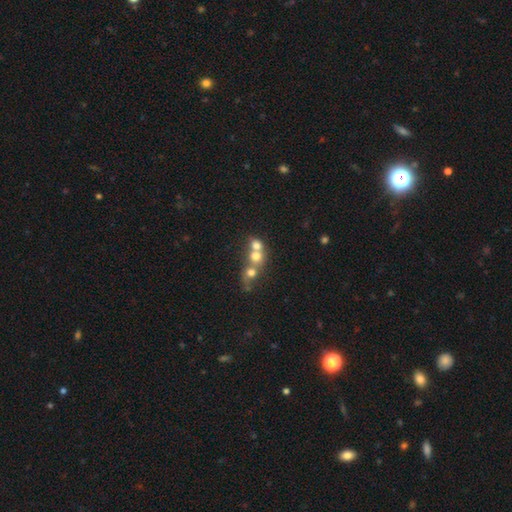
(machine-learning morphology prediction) A smooth galaxy with no disk features (65%) that is round (76%).

Vote fractions:
- Smooth or featured? smooth: 65% / featured or disk: 21% / star or artifact: 14%
- How rounded? round: 76% / in between: 23% / cigar-shaped: 1%
- Merging? merger: 66% / none: 26% / minor disturbance: 5% / major disturbance: 4%